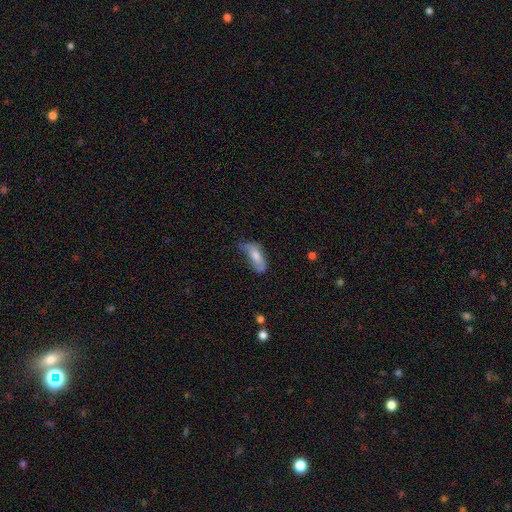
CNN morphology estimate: Smooth or featured? Predicted: smooth (p=0.62). How rounded? Predicted: in between (p=0.77). Merging? Predicted: minor disturbance (p=0.38).